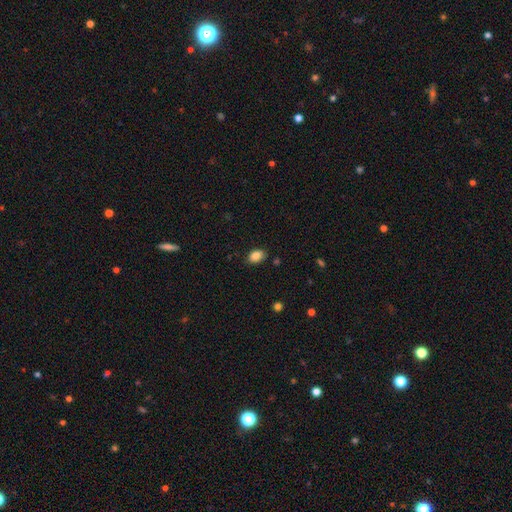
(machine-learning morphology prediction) smooth-or-featured: smooth: 87% | star or artifact: 9% | featured or disk: 4%
  how-rounded: in between: 82% | round: 17% | cigar-shaped: 1%
  merging: none: 84% | minor disturbance: 12% | major disturbance: 3% | merger: 2%